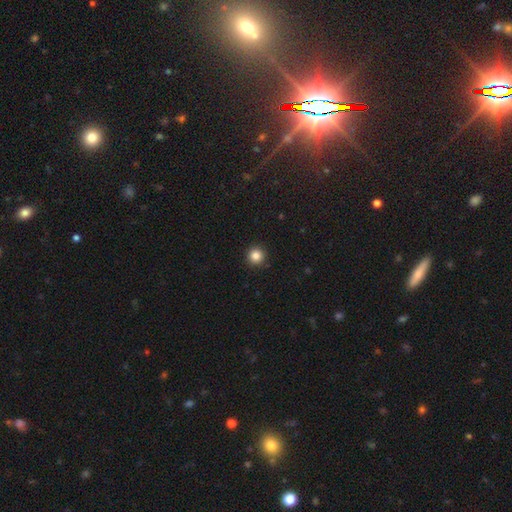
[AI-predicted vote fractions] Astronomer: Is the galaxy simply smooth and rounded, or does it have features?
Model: smooth — 84%.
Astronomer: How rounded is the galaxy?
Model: round — 96%.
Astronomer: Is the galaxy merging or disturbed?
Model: none — 93%.